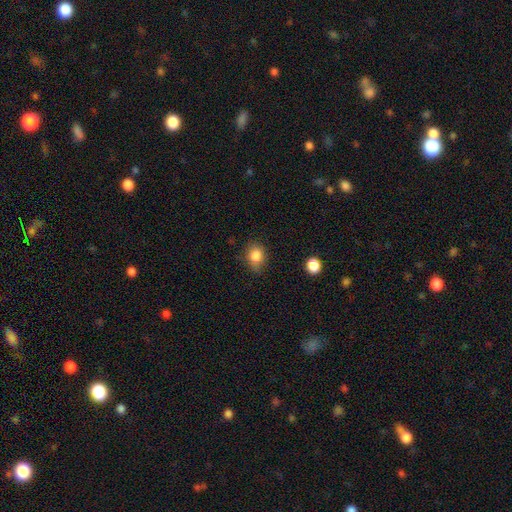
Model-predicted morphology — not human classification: A smooth galaxy with no disk features (85%) that is round (52%). Merging: none (69%).